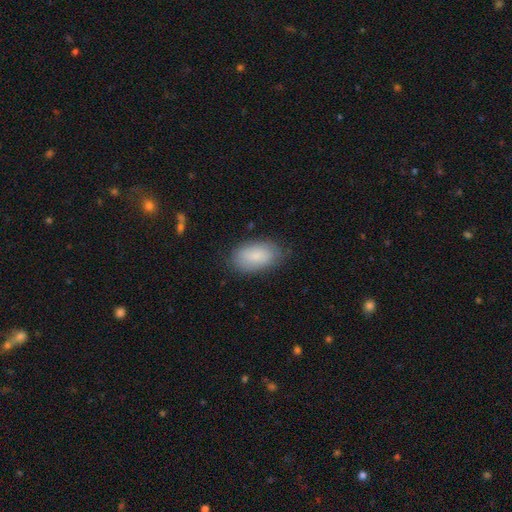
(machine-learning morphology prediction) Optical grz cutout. It shows a smooth galaxy with no disk features (84%) that is in between round and cigar-shaped (94%). Merging: none (78%).